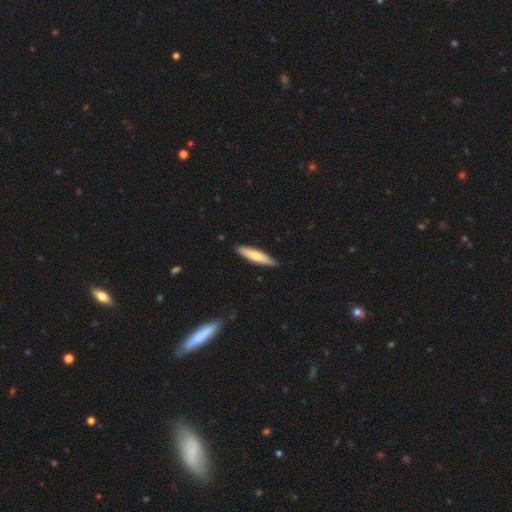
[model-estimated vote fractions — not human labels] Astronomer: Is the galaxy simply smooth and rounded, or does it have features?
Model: smooth — 68%.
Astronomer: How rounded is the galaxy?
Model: cigar-shaped — 82%.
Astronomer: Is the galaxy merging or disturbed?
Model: none — 88%.